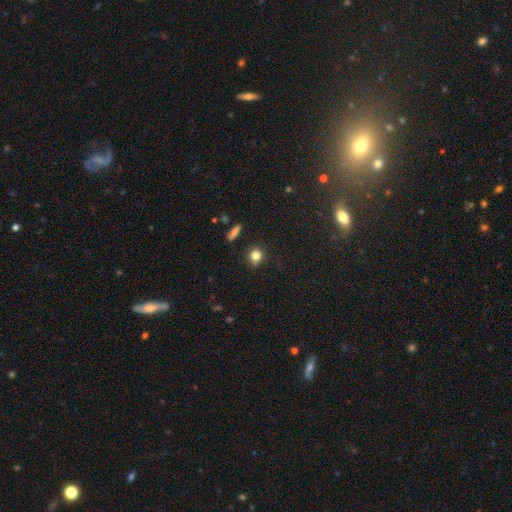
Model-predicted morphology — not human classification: Smooth or featured? Predicted: smooth (p=0.80). How rounded? Predicted: round (p=0.86). Merging? Predicted: none (p=0.85).